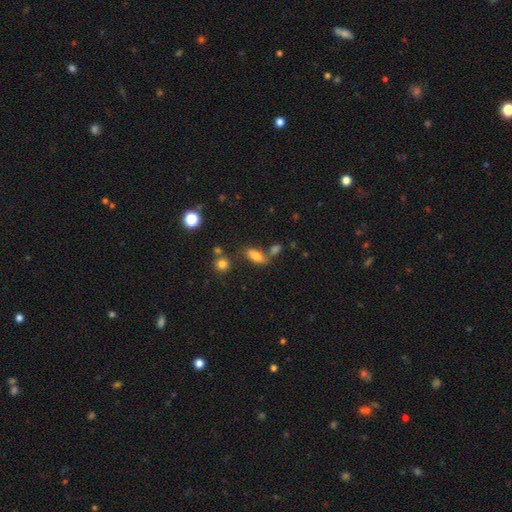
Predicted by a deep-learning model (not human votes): smooth 76%, featured or disk 13%, star or artifact 11%. Down the decision tree: how rounded — in between (79%); merging — none (60%).